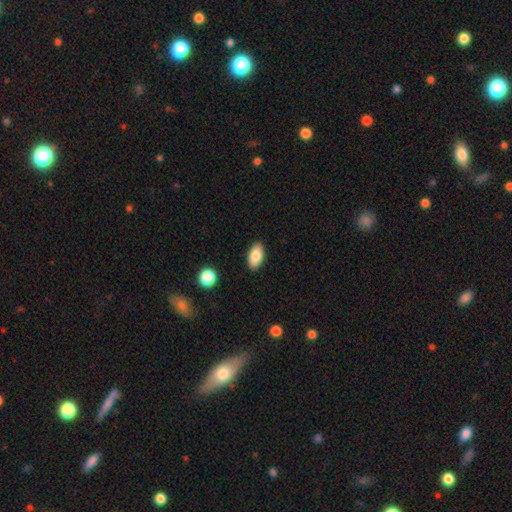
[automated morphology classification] smooth-or-featured: smooth: 84% | featured or disk: 9% | star or artifact: 7%
  how-rounded: in between: 92% | cigar-shaped: 4% | round: 3%
  merging: none: 89% | minor disturbance: 8% | major disturbance: 2% | merger: 1%